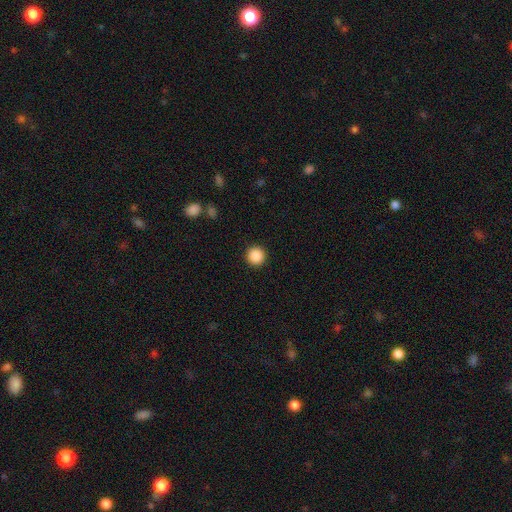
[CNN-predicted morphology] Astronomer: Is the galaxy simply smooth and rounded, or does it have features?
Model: smooth — 88%.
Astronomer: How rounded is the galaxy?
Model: round — 96%.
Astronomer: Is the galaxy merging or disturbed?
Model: none — 93%.